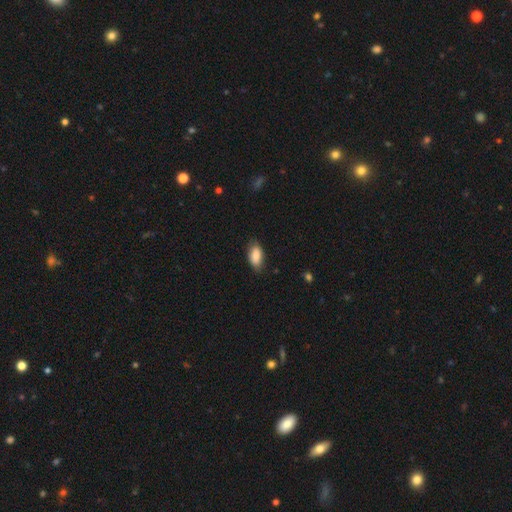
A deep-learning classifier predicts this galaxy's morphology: smooth-or-featured: smooth: 86% | featured or disk: 7% | star or artifact: 7%
  how-rounded: in between: 92% | cigar-shaped: 5% | round: 4%
  merging: none: 79% | minor disturbance: 17% | major disturbance: 3% | merger: 1%